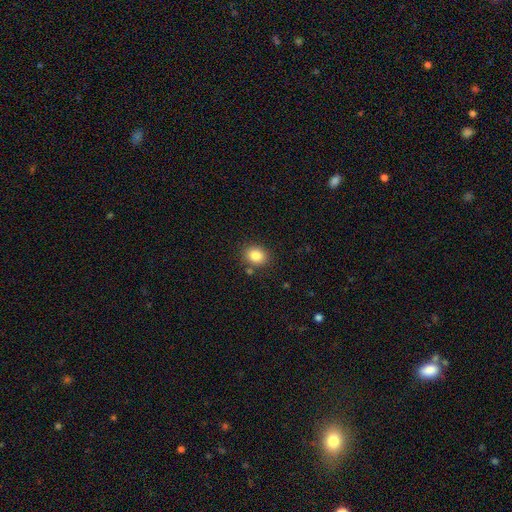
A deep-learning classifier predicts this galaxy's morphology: Smooth or featured? smooth (84%)
How rounded? round (58%)
Merging? none (83%)